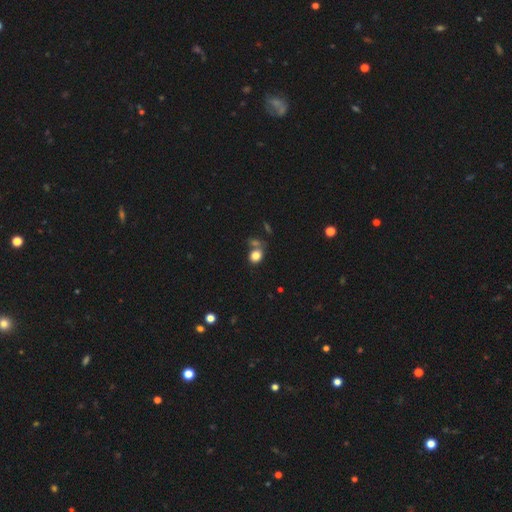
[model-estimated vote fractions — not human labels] This is clearly a smooth galaxy (81%). How rounded: possibly round (55%). Merging: possibly none (52%).